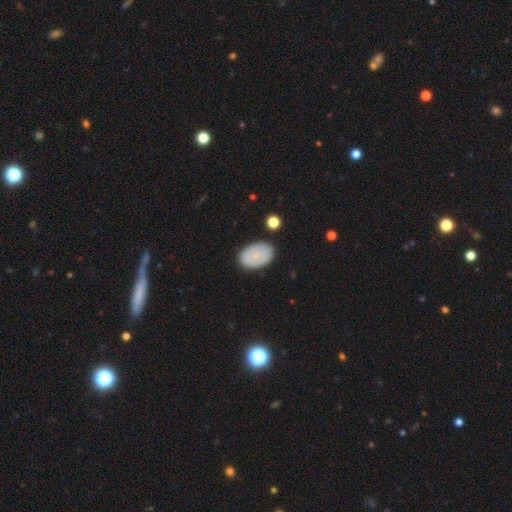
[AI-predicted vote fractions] smooth_or_featured: smooth (p=0.77) [alt: featured or disk p=0.15]
how_rounded: in between (p=0.89) [alt: round p=0.10]
merging: none (p=0.84) [alt: minor disturbance p=0.12]